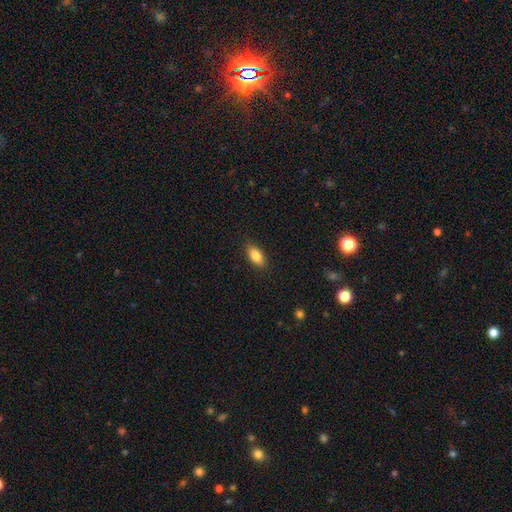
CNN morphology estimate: smooth_or_featured: smooth (p=0.86) [alt: star or artifact p=0.07]
how_rounded: in between (p=0.89) [alt: cigar-shaped p=0.07]
merging: none (p=0.87) [alt: minor disturbance p=0.10]